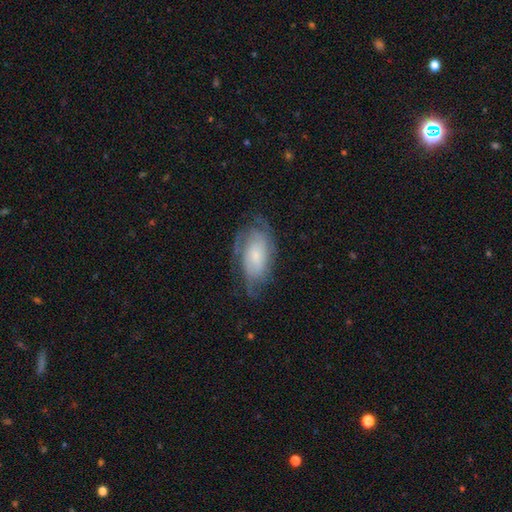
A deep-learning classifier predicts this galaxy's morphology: smooth-or-featured: featured or disk: 65% | smooth: 28% | star or artifact: 7%
  disk-edge-on: no: 94% | yes: 6%
    bar: no: 66% | weak: 28% | strong: 6%
    has-spiral-arms: yes: 85% | no: 15%
      spiral-winding: tight: 49% | medium: 37% | loose: 14%
      spiral-arm-count: can't tell: 45% | 2: 28% | 3: 13% | 4: 6% | 1: 5% | more than 4: 4%
    bulge-size: small: 58% | moderate: 27% | none: 8% | large: 6% | dominant: 2%
  merging: none: 60% | minor disturbance: 25% | major disturbance: 14% | merger: 1%